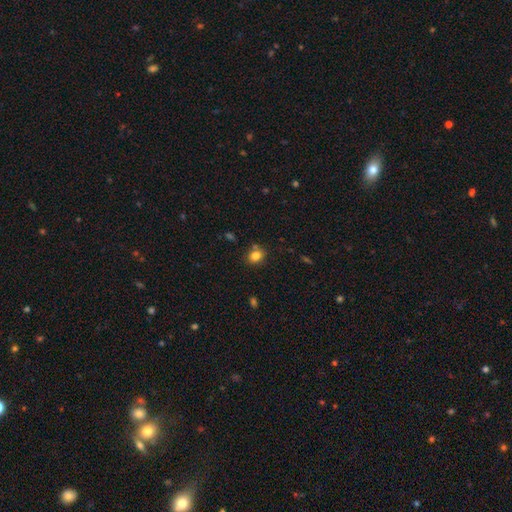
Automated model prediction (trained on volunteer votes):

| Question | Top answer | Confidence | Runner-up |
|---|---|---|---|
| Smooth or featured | smooth | 81% | star or artifact (12%) |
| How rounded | round | 58% | in between (41%) |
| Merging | none | 76% | minor disturbance (12%) |